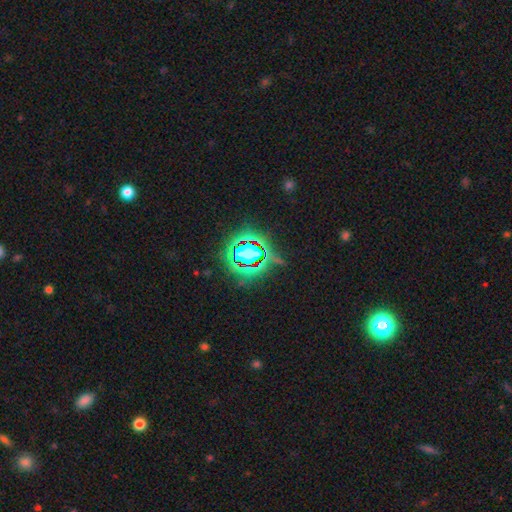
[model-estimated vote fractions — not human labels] The model was most divided on "smooth or featured": star or artifact: 80%, smooth: 11%, featured or disk: 8%.